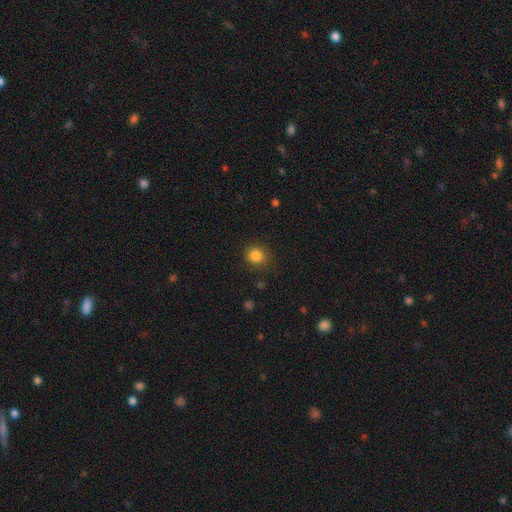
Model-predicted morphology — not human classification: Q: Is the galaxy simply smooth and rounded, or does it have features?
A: smooth — 84%.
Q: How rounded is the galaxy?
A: round — 83%.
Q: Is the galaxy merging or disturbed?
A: none — 87%.